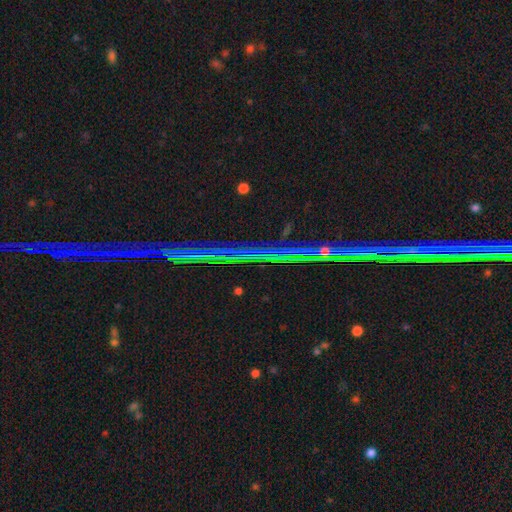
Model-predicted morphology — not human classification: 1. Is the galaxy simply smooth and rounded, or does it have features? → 87% star or artifact, 8% featured or disk, 5% smooth.